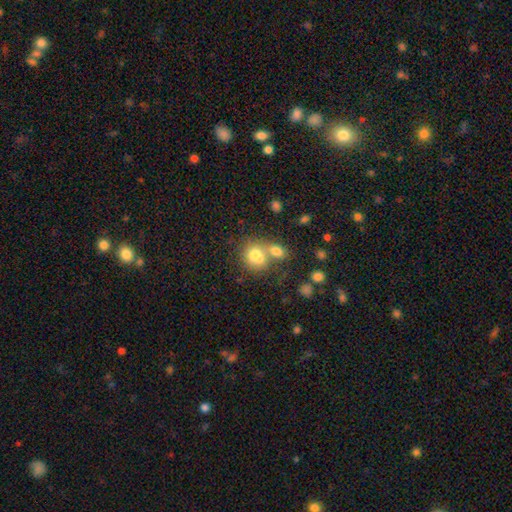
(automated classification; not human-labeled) Smooth or featured? smooth (76%)
How rounded? round (62%)
Merging? merger (50%)